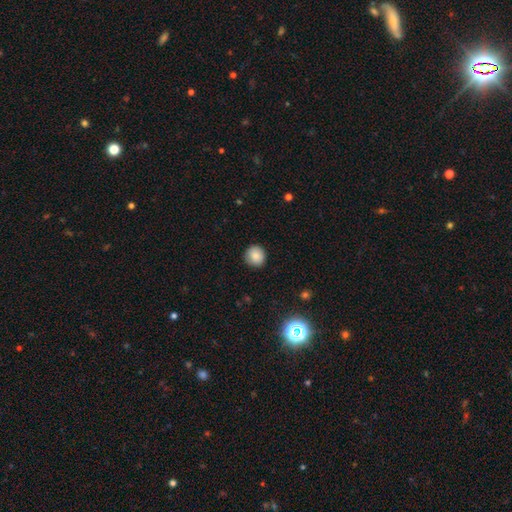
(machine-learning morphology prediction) Smooth or featured?
  - smooth: 85% *
  - star or artifact: 9%
  - featured or disk: 6%
How rounded?
  - round: 91% *
  - in between: 8%
  - cigar-shaped: 1%
Merging?
  - none: 89% *
  - minor disturbance: 8%
  - major disturbance: 2%
  - merger: 1%